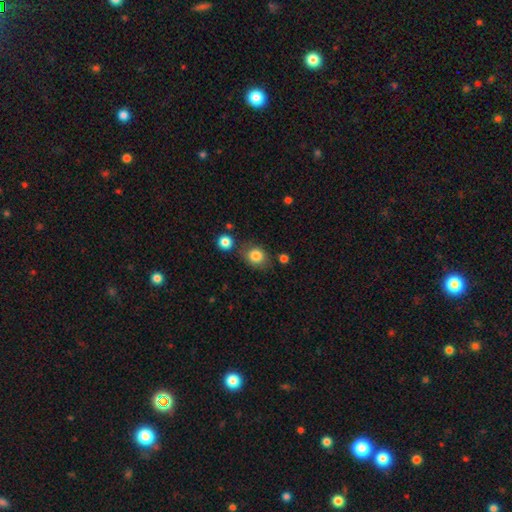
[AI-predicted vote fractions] The model was most divided on "how rounded": round: 68%, in between: 31%, cigar-shaped: 1%. More confident: smooth or featured — smooth (84%); merging — none (72%).